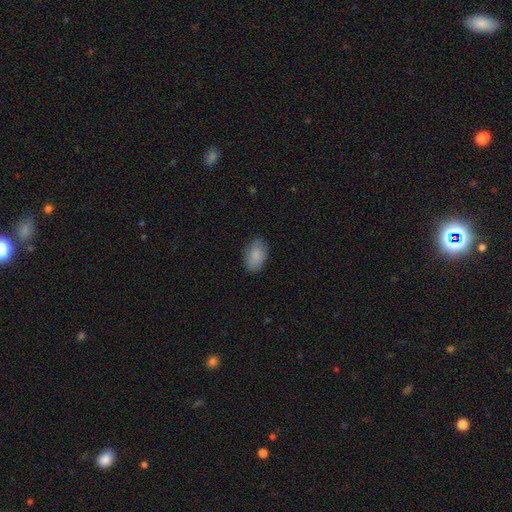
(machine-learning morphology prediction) A smooth galaxy with no disk features (86%) that is in between round and cigar-shaped (89%).

Vote fractions:
- Smooth or featured? smooth: 86% / featured or disk: 7% / star or artifact: 7%
- How rounded? in between: 89% / round: 10% / cigar-shaped: 1%
- Merging? none: 82% / minor disturbance: 14% / major disturbance: 3% / merger: 1%